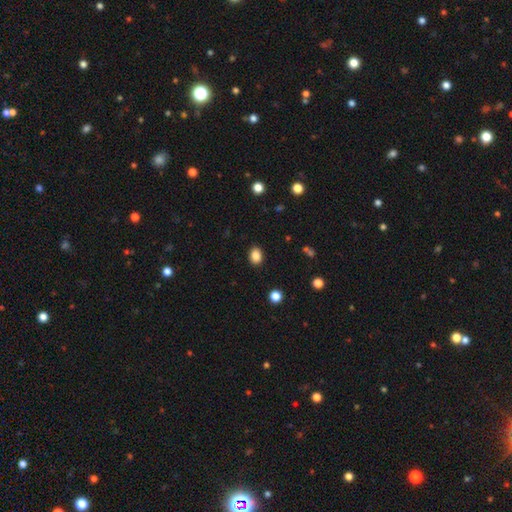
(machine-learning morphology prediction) Smooth or featured?
  - smooth: 86% *
  - star or artifact: 10%
  - featured or disk: 4%
How rounded?
  - in between: 62% *
  - round: 37%
  - cigar-shaped: 1%
Merging?
  - none: 89% *
  - minor disturbance: 7%
  - major disturbance: 2%
  - merger: 1%